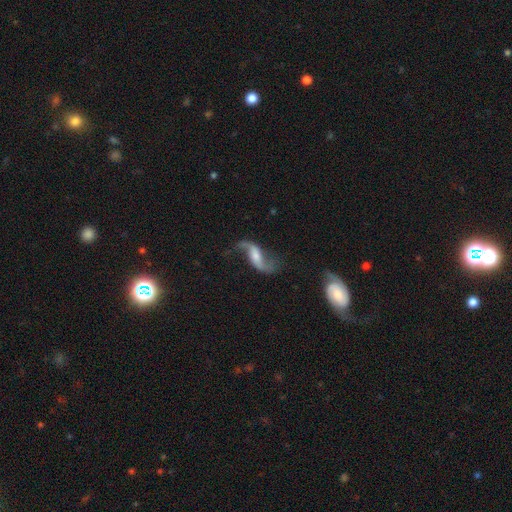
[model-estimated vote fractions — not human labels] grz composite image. It shows a featured or disk galaxy (88%) with a weak bar (41%), 2 (93%) loose (89%) spiral arms (96%) and a small central bulge (39%). Merging: none (70%).